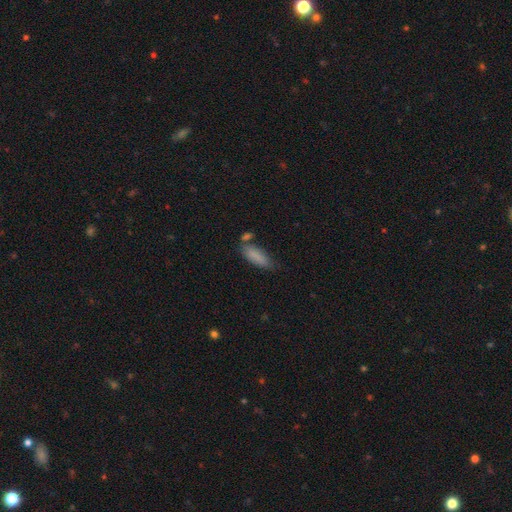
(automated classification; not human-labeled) Overall: smooth (85%). How rounded: in between (62%; cigar-shaped 36%). Merging: none (59%; minor disturbance 22%).